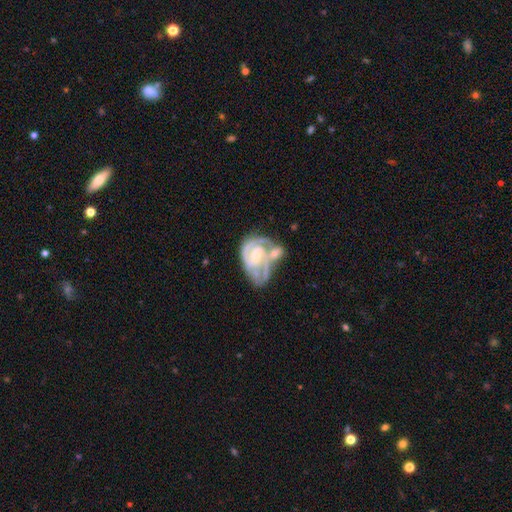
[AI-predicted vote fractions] Smooth or featured? featured or disk (86%)
Edge-on disk? no (98%)
Bar? no (51%)
Spiral arms? yes (94%)
Spiral winding? tight (54%)
Spiral arm count? 2 (47%)
Bulge size? small (52%)
Merging? merger (34%)